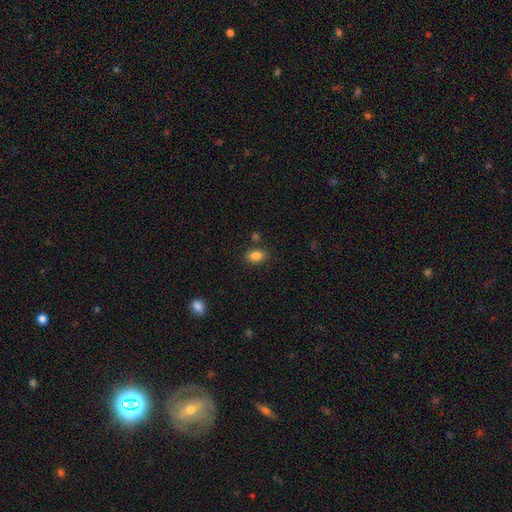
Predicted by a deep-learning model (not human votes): Overall: smooth (85%). How rounded: in between (79%). Merging: none (80%).